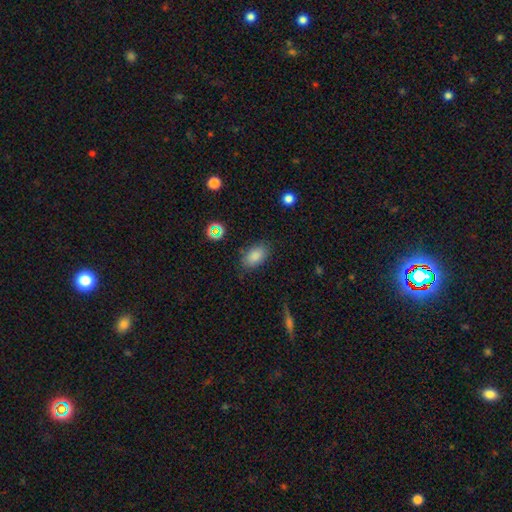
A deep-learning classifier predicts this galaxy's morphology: Smooth or featured? Predicted: smooth (p=0.83). How rounded? Predicted: in between (p=0.90). Merging? Predicted: none (p=0.81).